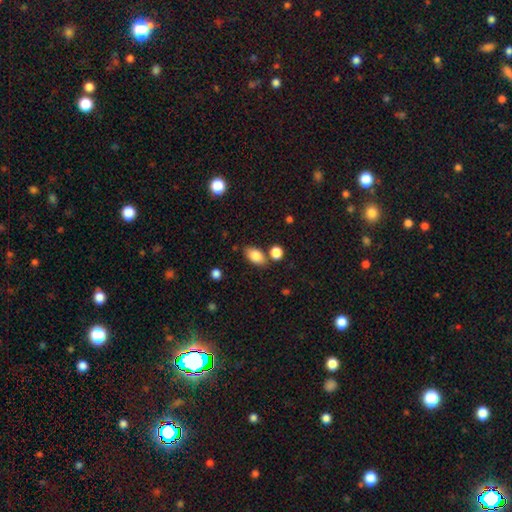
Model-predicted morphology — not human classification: type=smooth (84%); roundness=in between (88%); merging=none (74%).